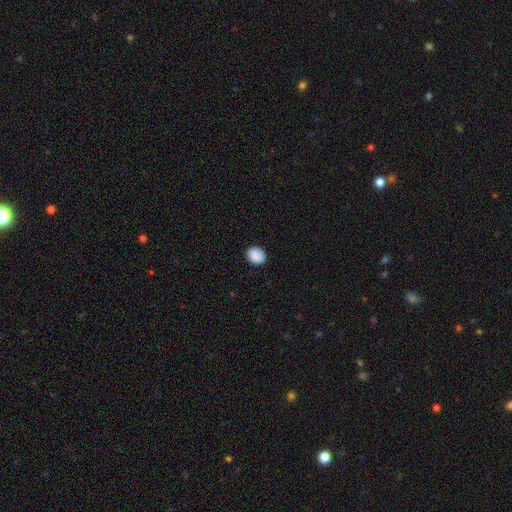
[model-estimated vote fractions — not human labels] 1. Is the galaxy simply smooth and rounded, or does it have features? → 90% smooth, 7% star or artifact, 3% featured or disk.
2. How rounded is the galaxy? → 54% in between, 46% round, 1% cigar-shaped.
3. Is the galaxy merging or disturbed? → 90% none, 8% minor disturbance, 2% major disturbance, 1% merger.